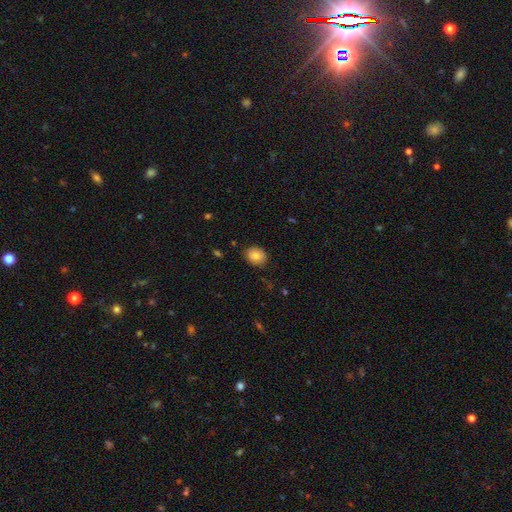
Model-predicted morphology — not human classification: smooth_or_featured: smooth (p=0.82) [alt: featured or disk p=0.10]
how_rounded: round (p=0.56) [alt: in between p=0.43]
merging: none (p=0.83) [alt: minor disturbance p=0.14]